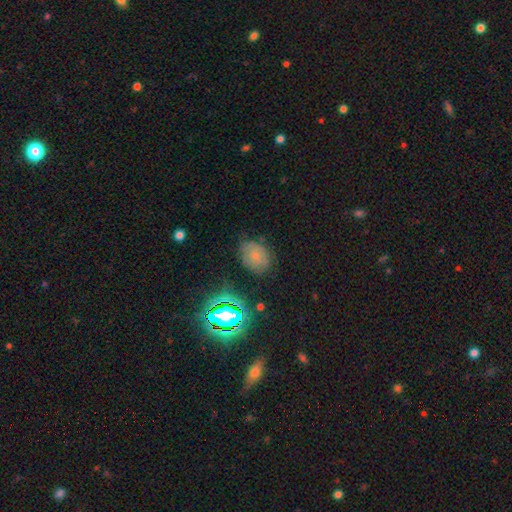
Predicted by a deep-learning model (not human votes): Smooth or featured: smooth — 60% (featured or disk — 21%)
How rounded: in between — 60% (round — 38%)
Merging: none — 71% (minor disturbance — 21%)